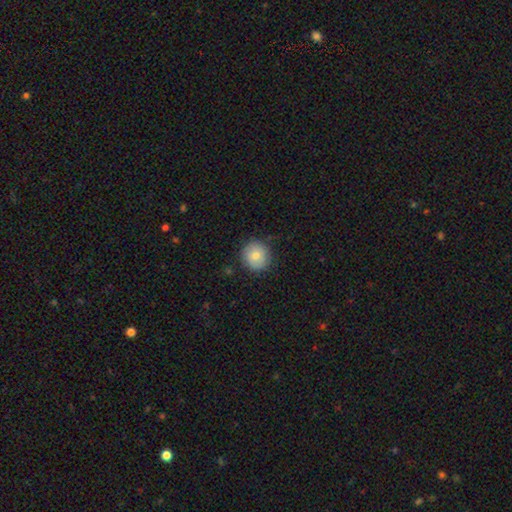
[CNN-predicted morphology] A smooth galaxy with no disk features (77%) that is round (90%).

Vote fractions:
- Smooth or featured? smooth: 77% / featured or disk: 14% / star or artifact: 8%
- How rounded? round: 90% / in between: 10% / cigar-shaped: 1%
- Merging? none: 85% / minor disturbance: 11% / major disturbance: 3% / merger: 1%